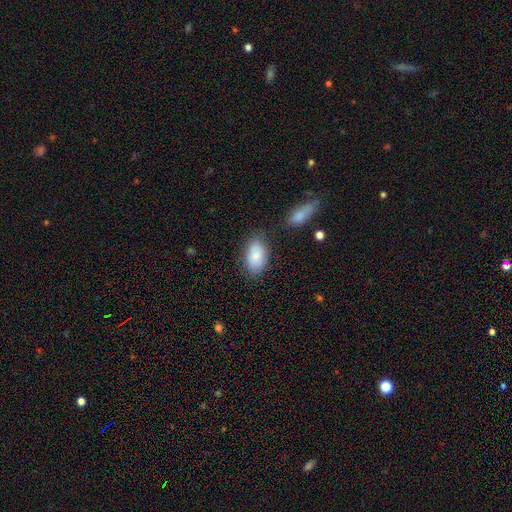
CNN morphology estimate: smooth-or-featured: smooth: 85% | featured or disk: 9% | star or artifact: 7%
  how-rounded: in between: 93% | round: 5% | cigar-shaped: 2%
  merging: none: 75% | minor disturbance: 17% | merger: 5% | major disturbance: 4%